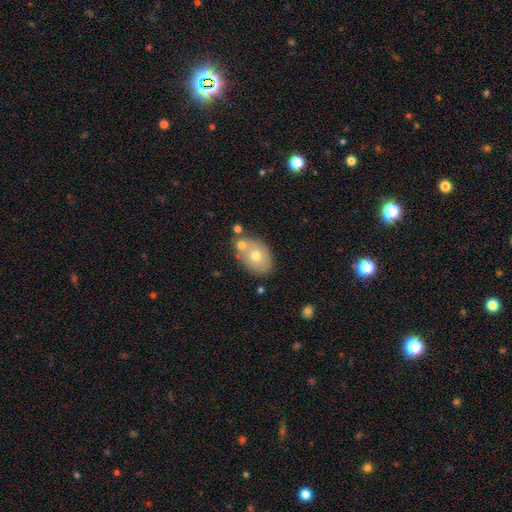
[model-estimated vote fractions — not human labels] This appears to be a smooth galaxy with no disk features (65%) that is in between round and cigar-shaped (78%). Merging: none (53%).